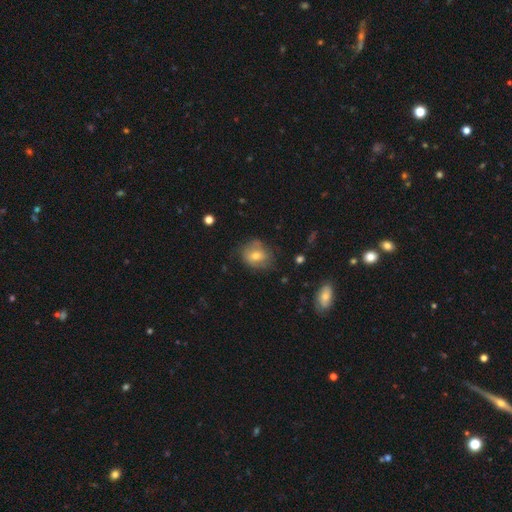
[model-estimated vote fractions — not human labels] Morphology: type=smooth (63%); roundness=round (58%); merging=none (64%).